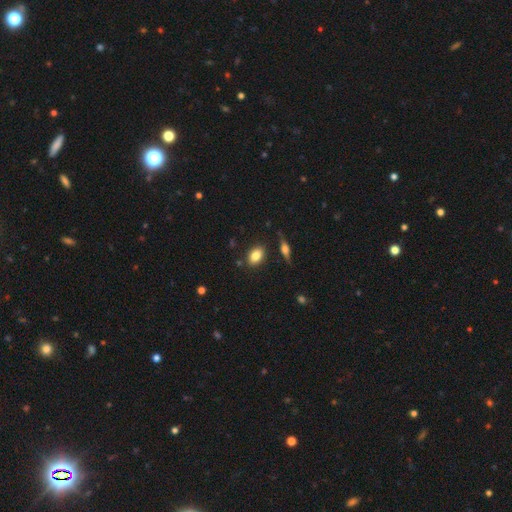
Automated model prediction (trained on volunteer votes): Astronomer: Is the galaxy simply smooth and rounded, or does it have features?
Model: smooth — 83%.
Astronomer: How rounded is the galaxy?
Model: in between — 84%.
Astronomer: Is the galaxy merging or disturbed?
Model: none — 84%.